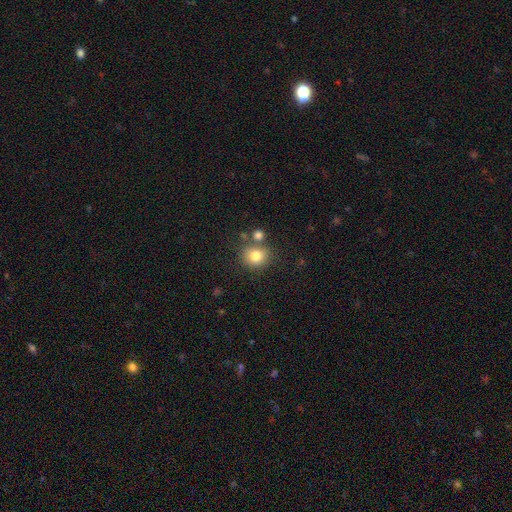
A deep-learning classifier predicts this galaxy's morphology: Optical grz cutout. It shows a smooth galaxy with no disk features (80%) that is round (81%). Merging: none (69%).